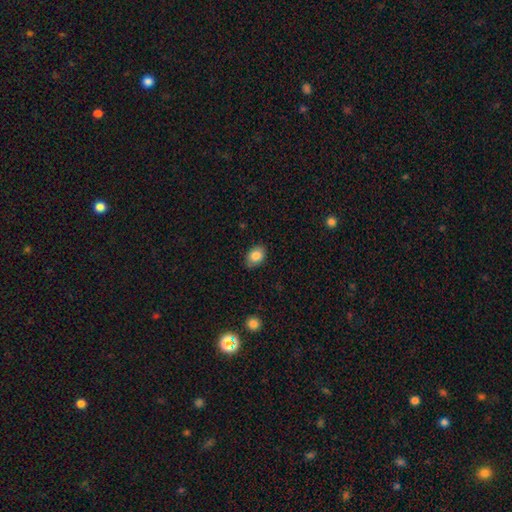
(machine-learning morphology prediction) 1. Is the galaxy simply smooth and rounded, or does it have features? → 85% smooth, 8% star or artifact, 7% featured or disk.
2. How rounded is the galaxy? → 74% in between, 25% round, 1% cigar-shaped.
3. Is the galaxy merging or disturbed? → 83% none, 13% minor disturbance, 3% major disturbance, 1% merger.